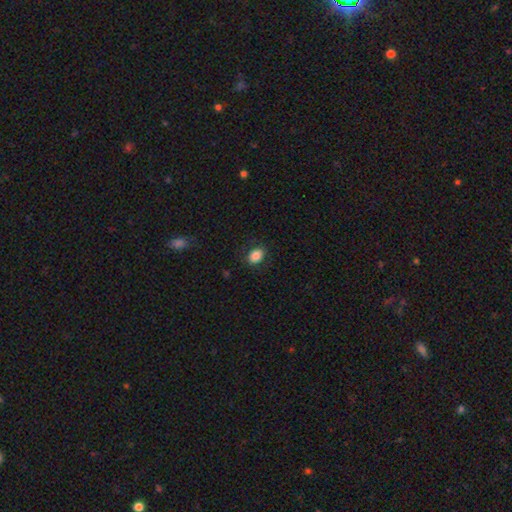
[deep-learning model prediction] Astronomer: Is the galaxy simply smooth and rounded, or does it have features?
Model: smooth — 84%.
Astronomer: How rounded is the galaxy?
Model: in between — 67%.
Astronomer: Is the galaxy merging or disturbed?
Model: none — 83%.